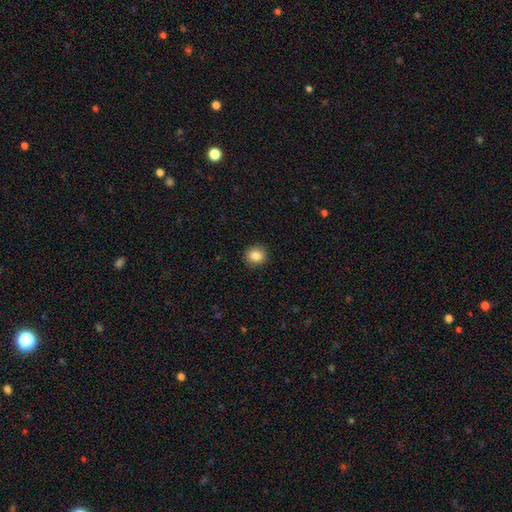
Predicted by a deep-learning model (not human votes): A smooth galaxy with no disk features (86%) that is round (86%). Merging: none (91%).